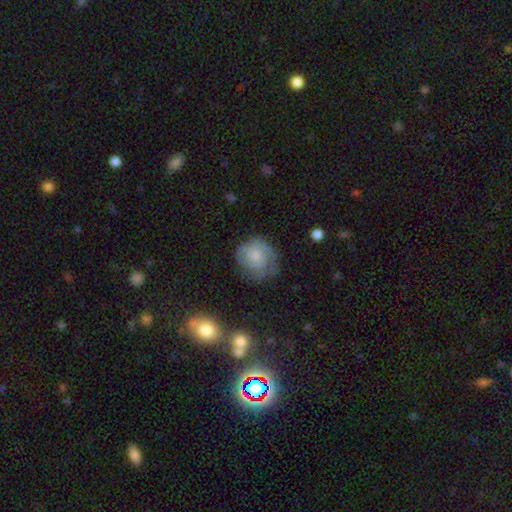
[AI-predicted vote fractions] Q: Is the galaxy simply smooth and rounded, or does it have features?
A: featured or disk — 49%.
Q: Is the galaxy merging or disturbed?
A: none — 59%.